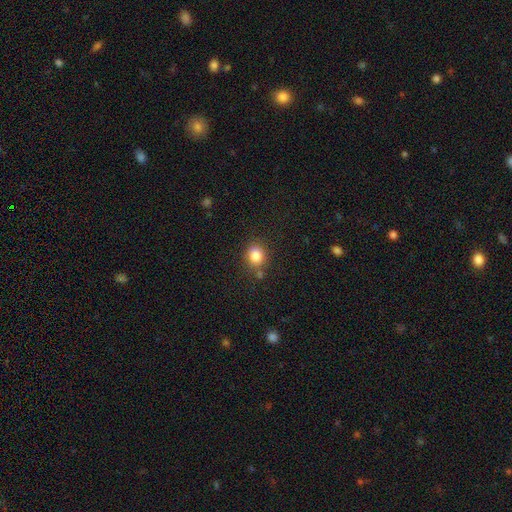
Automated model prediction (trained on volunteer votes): Smooth or featured? Predicted: smooth (p=0.85). How rounded? Predicted: round (p=0.67). Merging? Predicted: none (p=0.77).